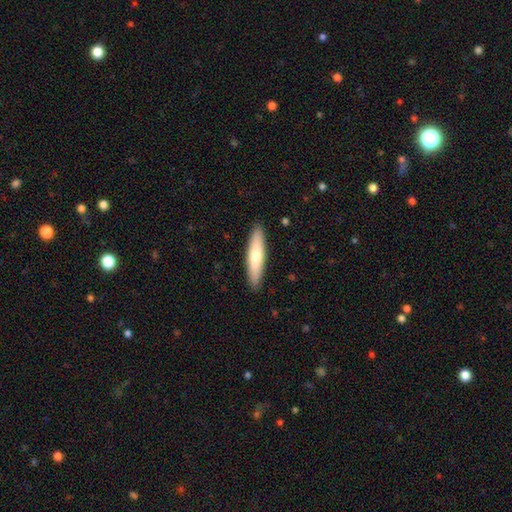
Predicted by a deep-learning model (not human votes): smooth-or-featured: smooth: 68% | featured or disk: 28% | star or artifact: 5%
  how-rounded: cigar-shaped: 82% | in between: 16% | round: 1%
  merging: none: 90% | minor disturbance: 7% | major disturbance: 1% | merger: 1%